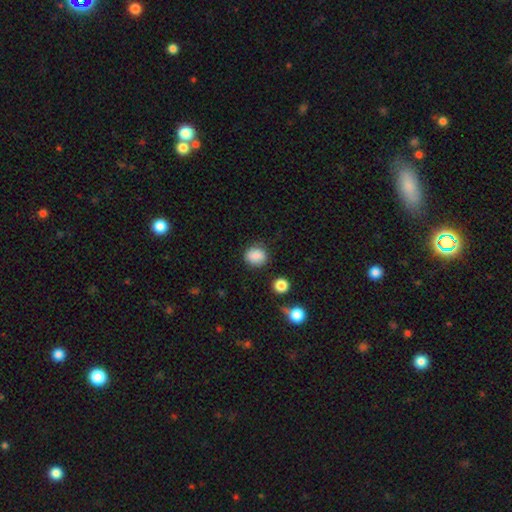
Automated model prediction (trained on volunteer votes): This appears to be a smooth galaxy with no disk features (86%) that is round (68%). Merging: none (81%).